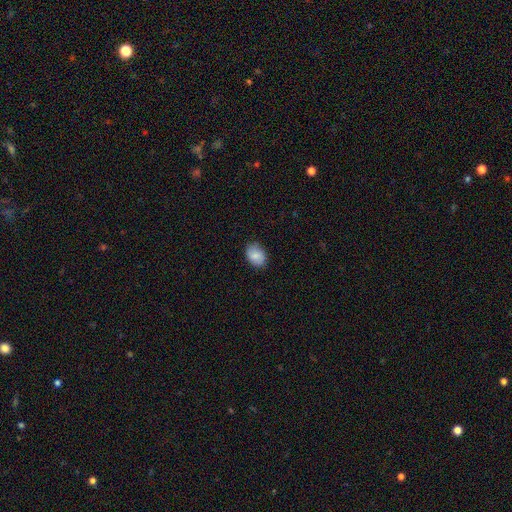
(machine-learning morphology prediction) smooth_or_featured: smooth (p=0.82) [alt: featured or disk p=0.11]
how_rounded: in between (p=0.74) [alt: round p=0.25]
merging: none (p=0.83) [alt: minor disturbance p=0.14]